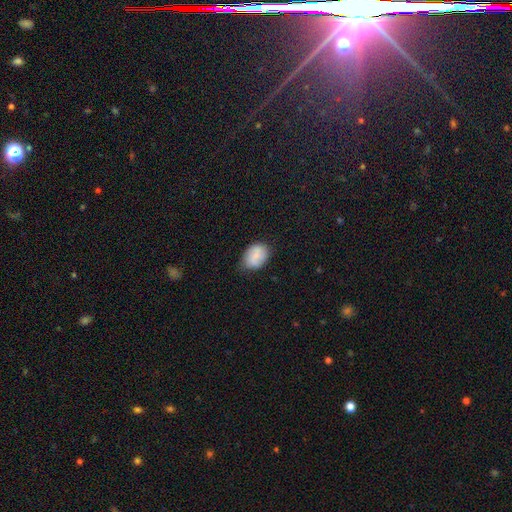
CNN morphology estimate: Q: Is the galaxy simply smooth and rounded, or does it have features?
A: smooth — 74%.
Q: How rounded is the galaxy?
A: in between — 74%.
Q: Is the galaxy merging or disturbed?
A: none — 69%.